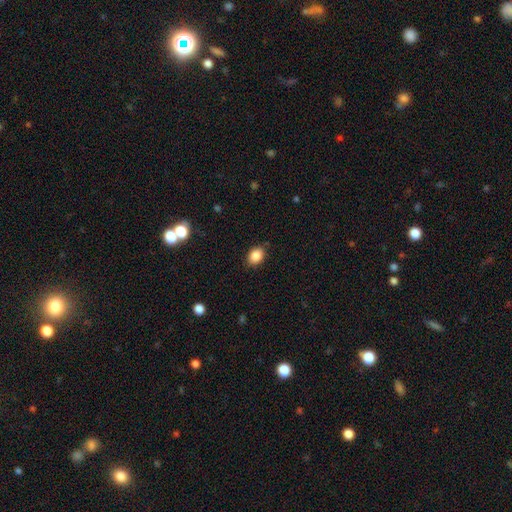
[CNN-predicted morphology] This appears to be a smooth galaxy with no disk features (86%) that is in between round and cigar-shaped (68%). Merging: none (84%).